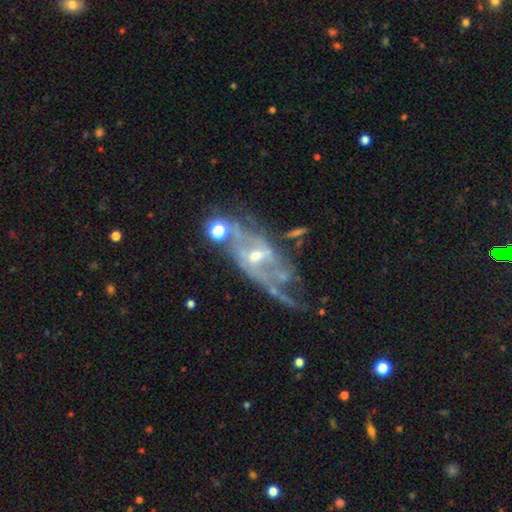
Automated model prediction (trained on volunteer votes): This is clearly a featured or disk galaxy (82%). It is clearly not viewed edge-on (87%). Bar: possibly weak (46%). Spiral arm pattern: likely yes (79%). Spiral arm count: possibly 2 (47%). Spiral winding: marginally medium (41%). Central bulge: possibly moderate (48%). Merging: possibly none (46%).